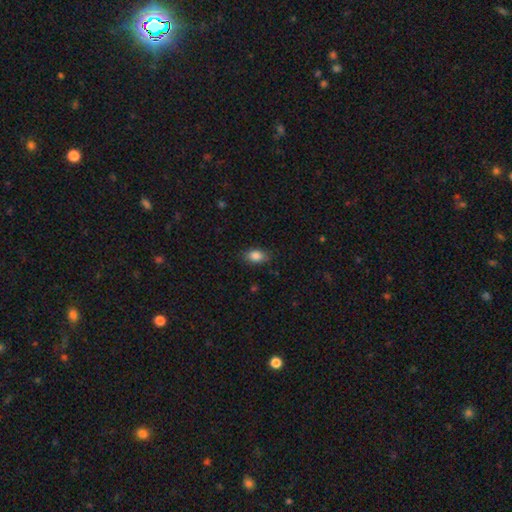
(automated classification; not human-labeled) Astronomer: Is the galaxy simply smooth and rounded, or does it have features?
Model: smooth — 86%.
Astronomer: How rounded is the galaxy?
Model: in between — 86%.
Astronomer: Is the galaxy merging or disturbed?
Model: none — 83%.